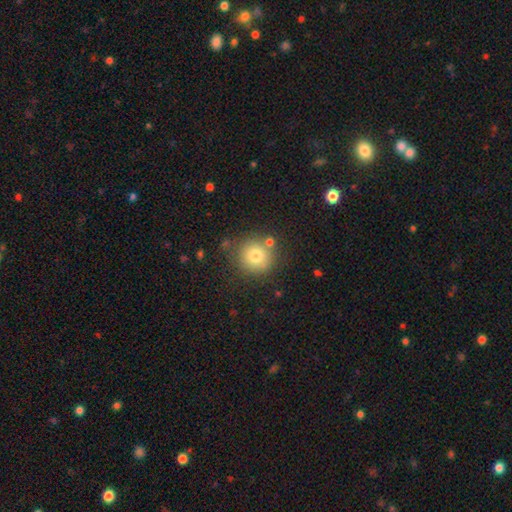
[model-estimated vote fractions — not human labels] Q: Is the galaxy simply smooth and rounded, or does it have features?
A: smooth — 77%.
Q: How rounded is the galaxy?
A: round — 93%.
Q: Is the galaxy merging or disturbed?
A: none — 79%.